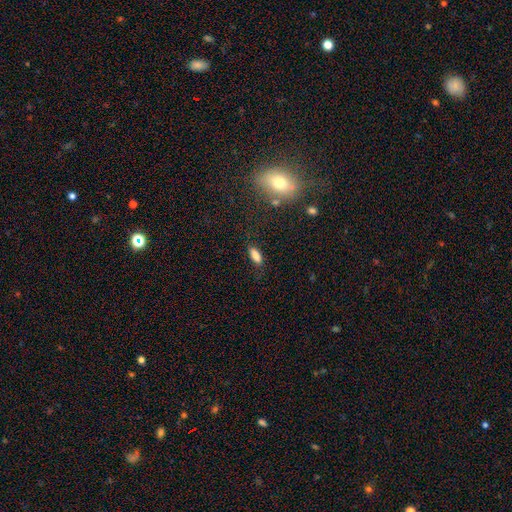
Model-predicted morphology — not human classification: smooth 84%, star or artifact 10%, featured or disk 6%. Down the decision tree: how rounded — in between (74%); merging — none (79%).